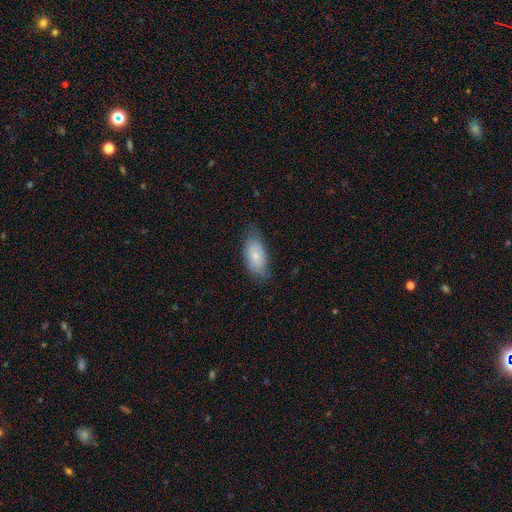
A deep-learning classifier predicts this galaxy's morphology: Q: Smooth or featured?
A: smooth (74%); runner-up: featured or disk (20%)
Q: How rounded?
A: in between (91%); runner-up: cigar-shaped (6%)
Q: Merging?
A: none (65%); runner-up: minor disturbance (28%)